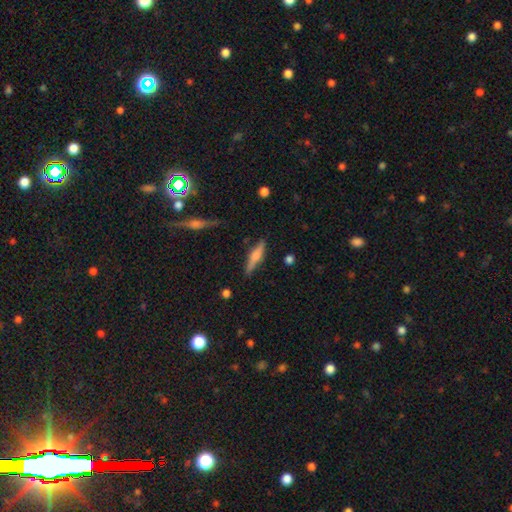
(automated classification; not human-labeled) Smooth or featured? Predicted: smooth (p=0.48). Merging? Predicted: none (p=0.79).